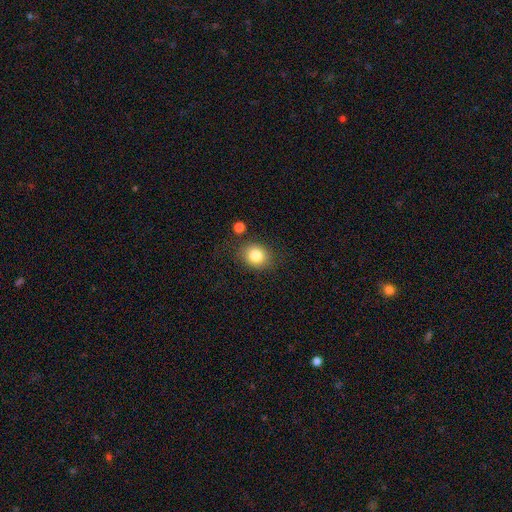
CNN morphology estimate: smooth-or-featured: smooth: 83% | star or artifact: 10% | featured or disk: 7%
  how-rounded: round: 67% | in between: 32% | cigar-shaped: 1%
  merging: none: 81% | minor disturbance: 11% | merger: 4% | major disturbance: 3%